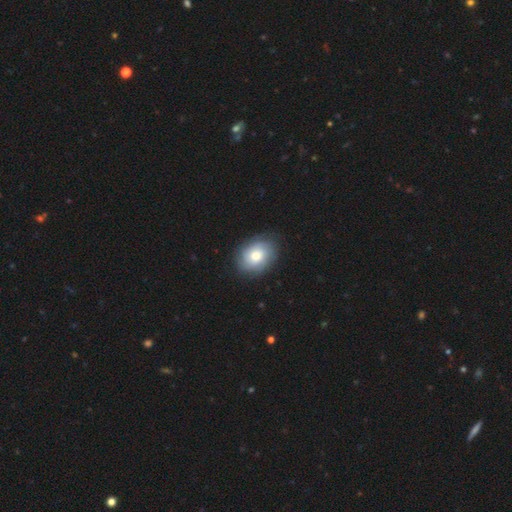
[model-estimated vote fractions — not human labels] Morphology: type=smooth (49%); merging=none (79%).